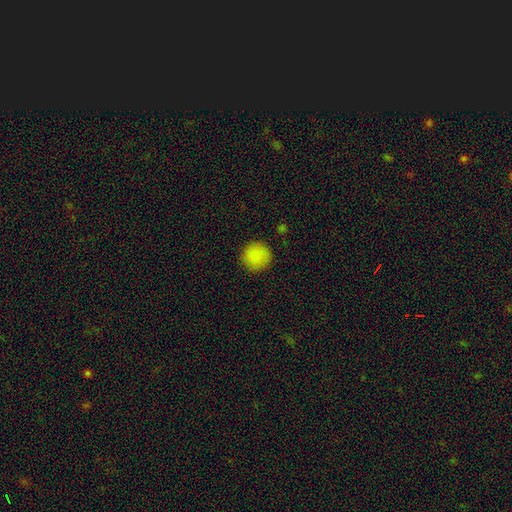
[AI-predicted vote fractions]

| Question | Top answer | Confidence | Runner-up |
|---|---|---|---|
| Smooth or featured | smooth | 87% | star or artifact (9%) |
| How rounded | round | 95% | in between (4%) |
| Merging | none | 90% | minor disturbance (6%) |